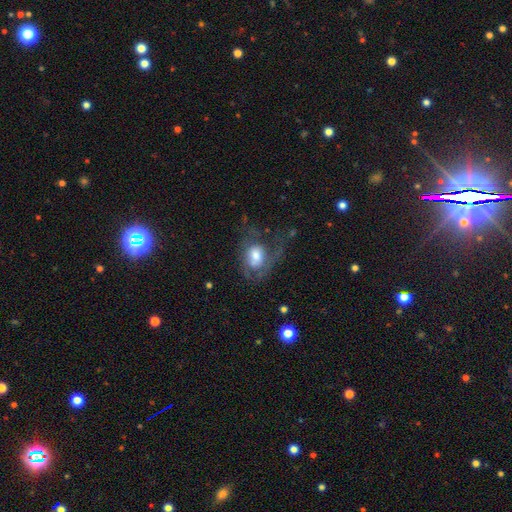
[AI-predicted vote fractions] smooth_or_featured: featured or disk (p=0.46) [alt: smooth p=0.45]
merging: major disturbance (p=0.41) [alt: none p=0.34]